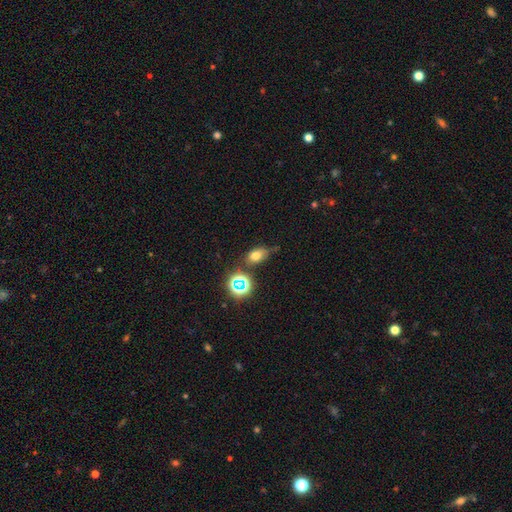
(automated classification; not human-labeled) This appears to be a smooth galaxy with no disk features (68%) that is in between round and cigar-shaped (77%). Merging: none (59%).